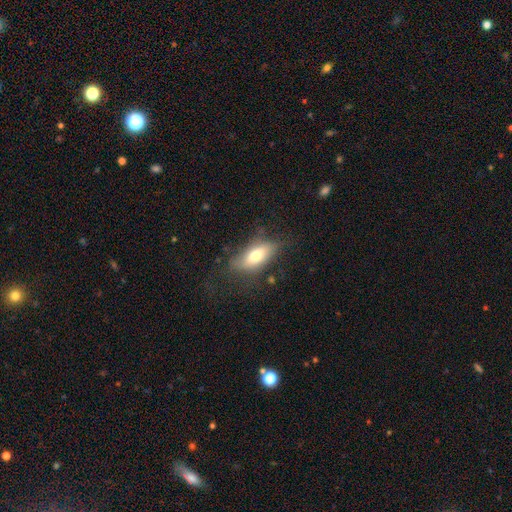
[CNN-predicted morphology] Smooth or featured? Predicted: smooth (p=0.67). How rounded? Predicted: in between (p=0.79). Merging? Predicted: none (p=0.68).